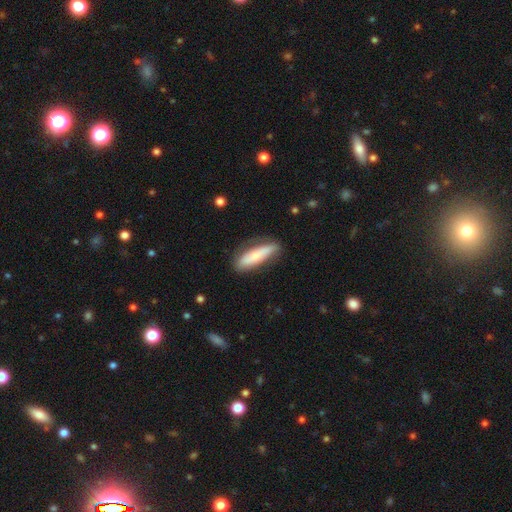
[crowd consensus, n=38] A smooth galaxy with no disk features (63%) that is cigar-shaped (71%).

Vote fractions:
- Smooth or featured? smooth: 63% / featured or disk: 34% / star or artifact: 3%
- How rounded? cigar-shaped: 71% / in between: 29% / round: 0%
- Merging? none: 65% / minor disturbance: 22% / major disturbance: 14% / merger: 0%